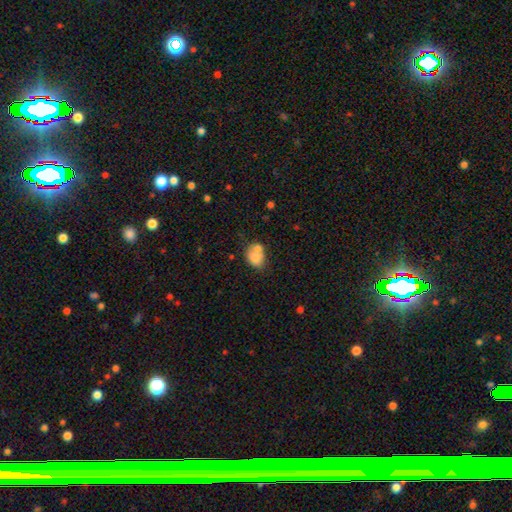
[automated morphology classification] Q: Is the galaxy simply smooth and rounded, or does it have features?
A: smooth — 75%.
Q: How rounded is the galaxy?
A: in between — 59%.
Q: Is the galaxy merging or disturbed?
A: merger — 46%.